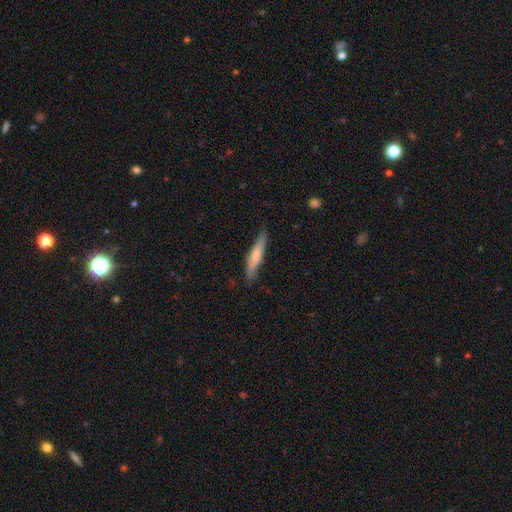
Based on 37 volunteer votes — This is possibly a smooth galaxy (49%). How rounded: clearly cigar-shaped (89%). Merging: likely none (69%).